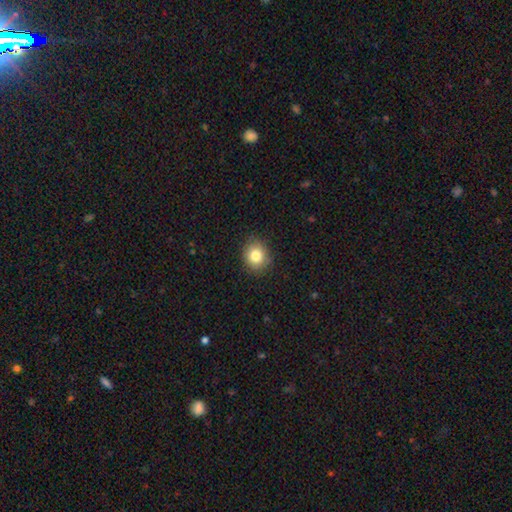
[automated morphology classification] A smooth galaxy with no disk features (81%) that is round (69%). Merging: none (87%).